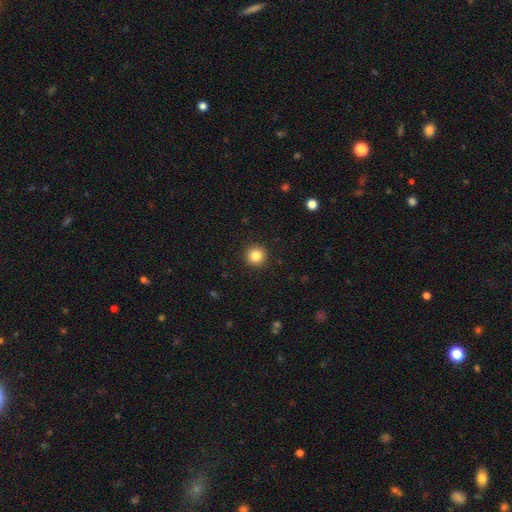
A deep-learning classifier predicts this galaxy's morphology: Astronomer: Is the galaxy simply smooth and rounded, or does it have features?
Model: smooth — 84%.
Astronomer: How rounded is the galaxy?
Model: round — 95%.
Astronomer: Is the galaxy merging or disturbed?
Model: none — 93%.